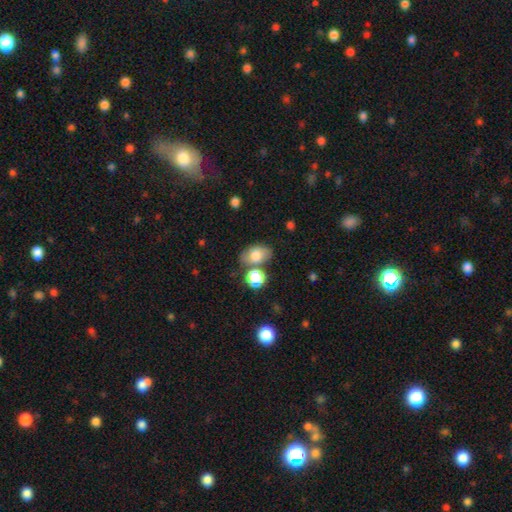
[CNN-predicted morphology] Smooth or featured? smooth (75%)
How rounded? in between (83%)
Merging? none (63%)